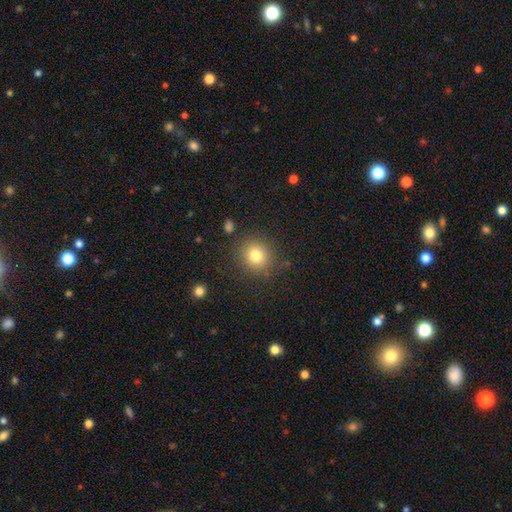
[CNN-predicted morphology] Overall: smooth (79%). How rounded: round (86%). Merging: none (86%).